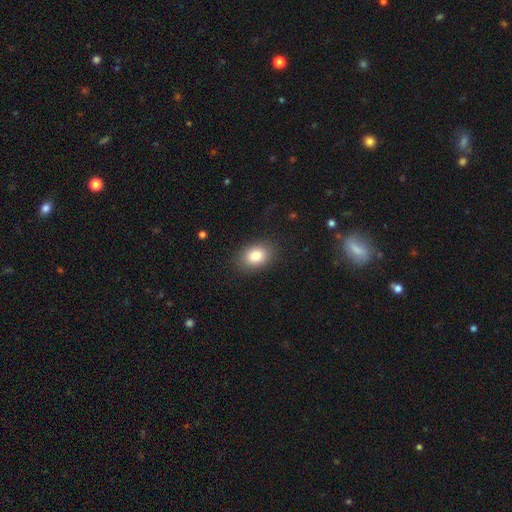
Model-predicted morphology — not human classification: Smooth or featured: smooth — 83% (star or artifact — 9%)
How rounded: in between — 70% (round — 29%)
Merging: none — 86% (minor disturbance — 10%)